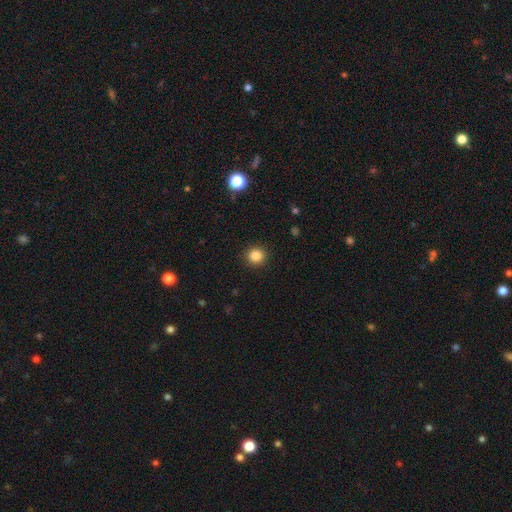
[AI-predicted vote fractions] smooth-or-featured: smooth: 84% | star or artifact: 12% | featured or disk: 4%
  how-rounded: round: 92% | in between: 7% | cigar-shaped: 1%
  merging: none: 91% | minor disturbance: 6% | major disturbance: 2% | merger: 1%